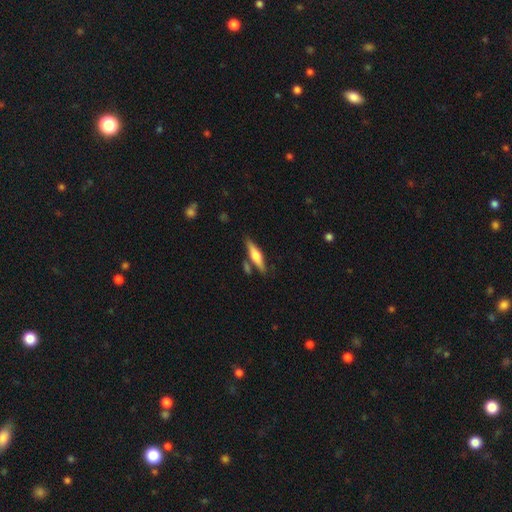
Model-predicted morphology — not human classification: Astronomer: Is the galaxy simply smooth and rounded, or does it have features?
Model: featured or disk — 49% (runner-up: smooth, 45%).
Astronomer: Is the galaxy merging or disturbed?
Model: none — 76%.